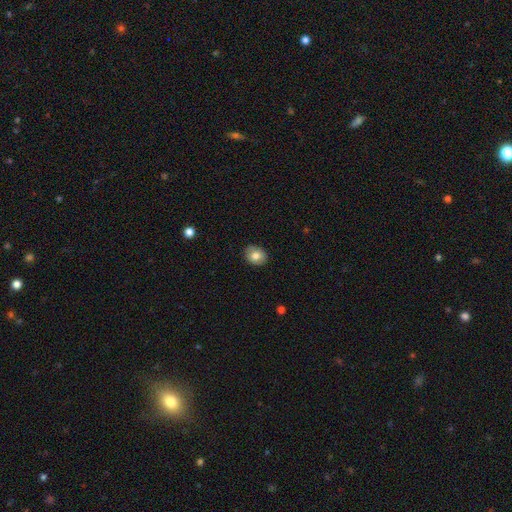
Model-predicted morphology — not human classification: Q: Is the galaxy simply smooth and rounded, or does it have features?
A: smooth — 78%.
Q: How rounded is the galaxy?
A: in between — 57%.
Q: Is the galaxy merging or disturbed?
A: none — 88%.